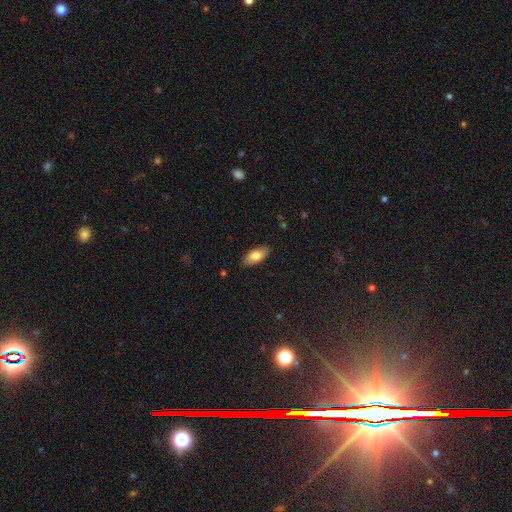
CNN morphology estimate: This is likely a smooth galaxy (78%). How rounded: clearly in between (84%). Merging: clearly none (86%).